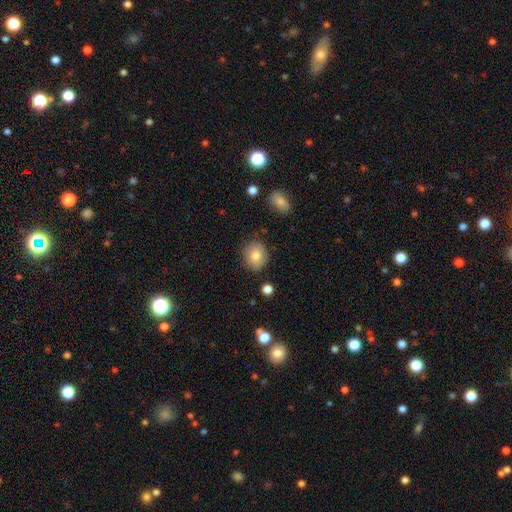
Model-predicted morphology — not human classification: Overall: smooth (80%). How rounded: round (77%). Merging: none (84%).